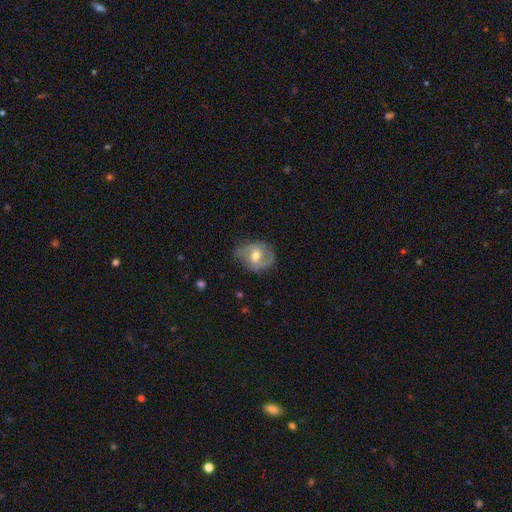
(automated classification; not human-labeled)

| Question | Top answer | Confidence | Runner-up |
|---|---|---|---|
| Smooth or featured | featured or disk | 59% | smooth (35%) |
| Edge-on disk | no | 96% | yes (4%) |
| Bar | weak | 45% | no (40%) |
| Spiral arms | yes | 77% | no (23%) |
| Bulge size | moderate | 69% | small (23%) |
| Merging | none | 63% | minor disturbance (27%) |